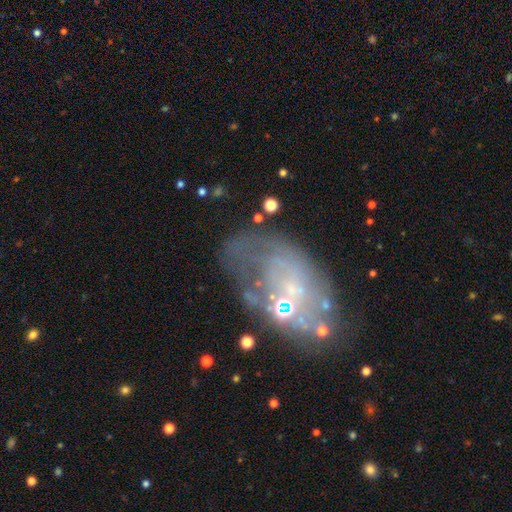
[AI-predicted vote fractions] A featured or disk galaxy (60%) with no bar (81%), no spiral arms (72%) and a small central bulge (39%).

Vote fractions:
- Smooth or featured? featured or disk: 60% / smooth: 24% / star or artifact: 16%
- Edge-on disk? no: 95% / yes: 5%
- Bar? no: 81% / weak: 15% / strong: 4%
- Spiral arms? no: 72% / yes: 28%
- Bulge size? small: 39% / none: 32% / moderate: 24% / large: 3% / dominant: 2%
- Merging? none: 44% / major disturbance: 26% / minor disturbance: 22% / merger: 8%